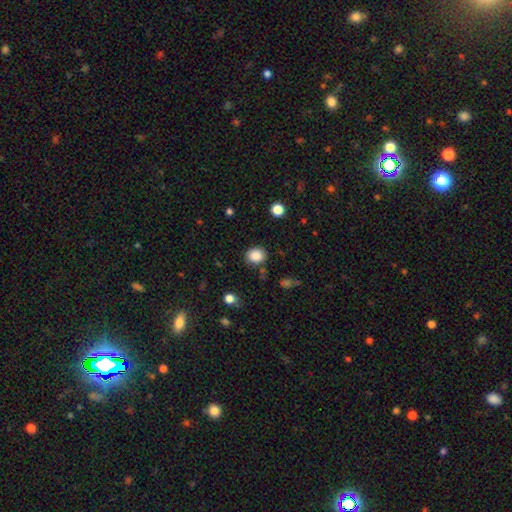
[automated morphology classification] type=smooth (86%); roundness=round (71%); merging=none (84%).